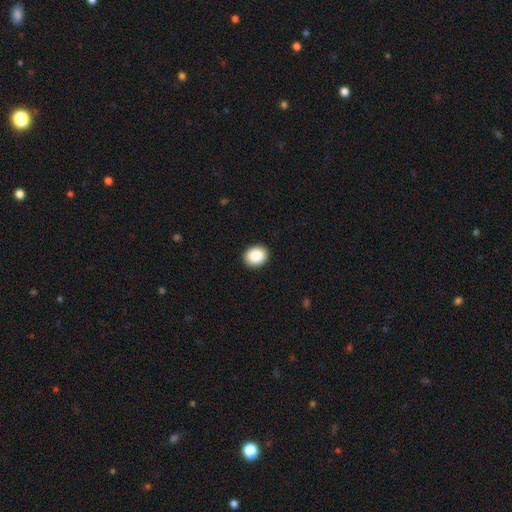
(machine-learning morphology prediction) Smooth or featured: smooth — 89% (star or artifact — 8%)
How rounded: round — 67% (in between — 33%)
Merging: none — 92% (minor disturbance — 6%)